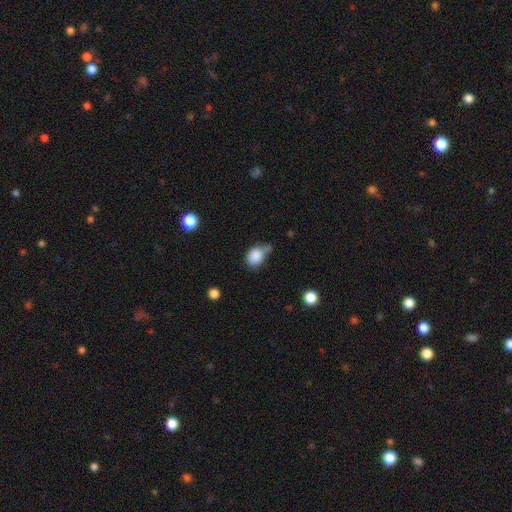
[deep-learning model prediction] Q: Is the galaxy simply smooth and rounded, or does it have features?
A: smooth — 85%.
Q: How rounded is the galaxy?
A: in between — 56%.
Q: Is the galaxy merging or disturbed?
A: none — 41%.